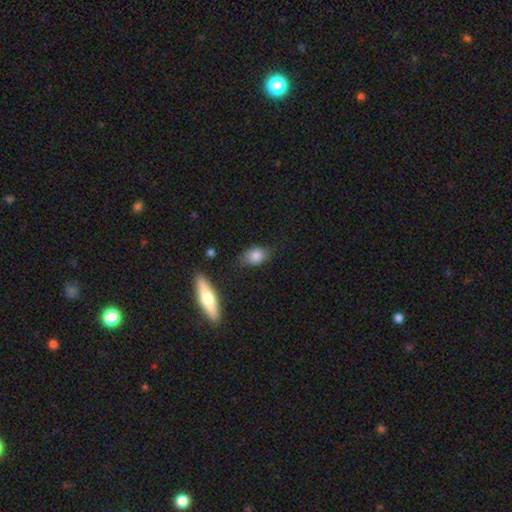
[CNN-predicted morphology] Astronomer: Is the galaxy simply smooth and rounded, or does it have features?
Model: smooth — 81%.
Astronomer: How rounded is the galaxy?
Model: in between — 79%.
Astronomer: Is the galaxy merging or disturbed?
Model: none — 73%.